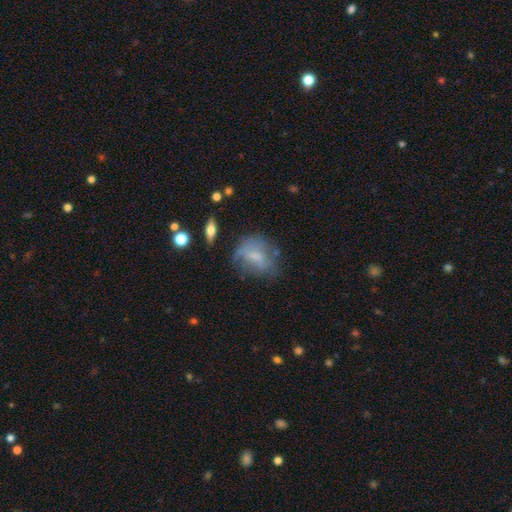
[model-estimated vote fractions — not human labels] smooth-or-featured: smooth: 52% | featured or disk: 37% | star or artifact: 11%
  how-rounded: in between: 56% | round: 41% | cigar-shaped: 3%
  merging: none: 45% | minor disturbance: 28% | major disturbance: 23% | merger: 3%